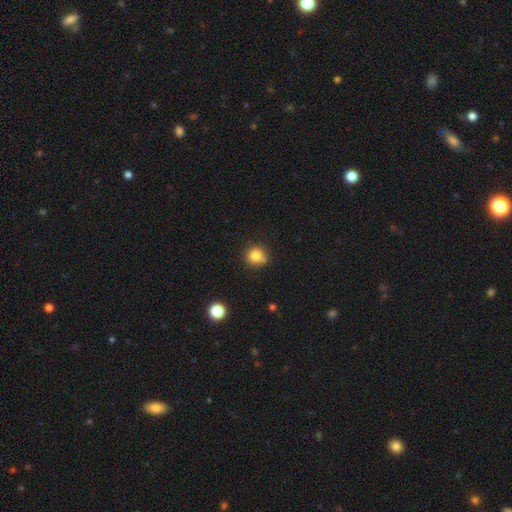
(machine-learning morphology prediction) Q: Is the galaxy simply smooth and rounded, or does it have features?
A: smooth — 80%.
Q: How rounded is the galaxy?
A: round — 89%.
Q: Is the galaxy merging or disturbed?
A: none — 72%.